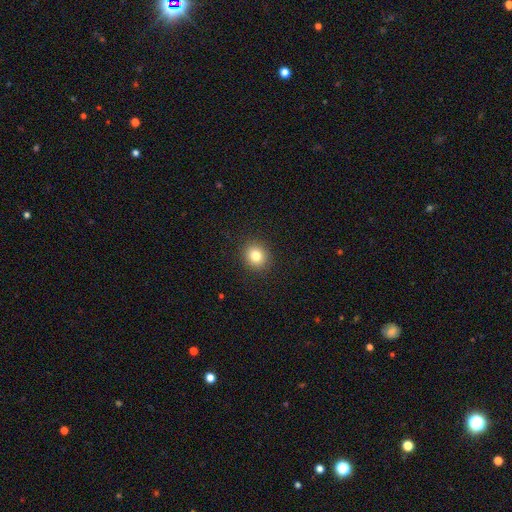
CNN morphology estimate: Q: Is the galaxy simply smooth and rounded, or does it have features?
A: smooth — 81%.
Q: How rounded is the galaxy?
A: round — 81%.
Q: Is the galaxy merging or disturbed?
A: none — 91%.